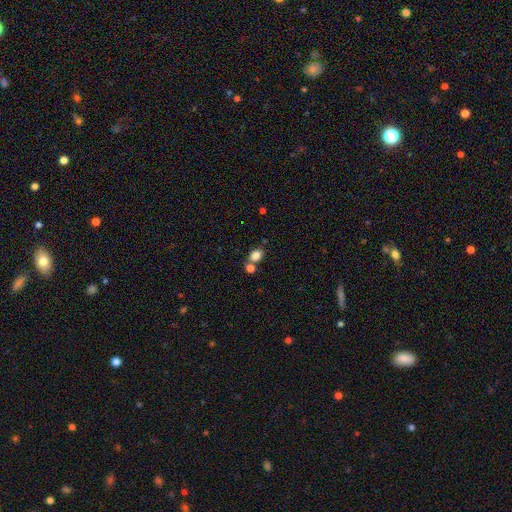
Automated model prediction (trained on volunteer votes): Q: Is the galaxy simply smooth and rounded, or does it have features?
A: smooth — 82%.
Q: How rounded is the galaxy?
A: in between — 61%.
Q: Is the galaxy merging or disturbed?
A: none — 54%.